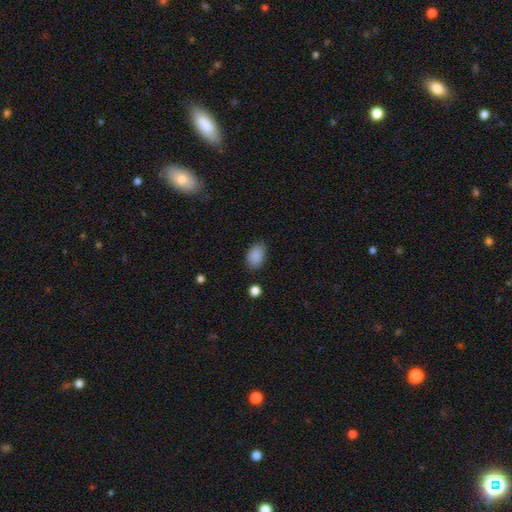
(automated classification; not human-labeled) The model was most divided on "merging": none: 82%, minor disturbance: 13%, major disturbance: 3%, merger: 2%. More confident: smooth or featured — smooth (89%); how rounded — in between (86%).